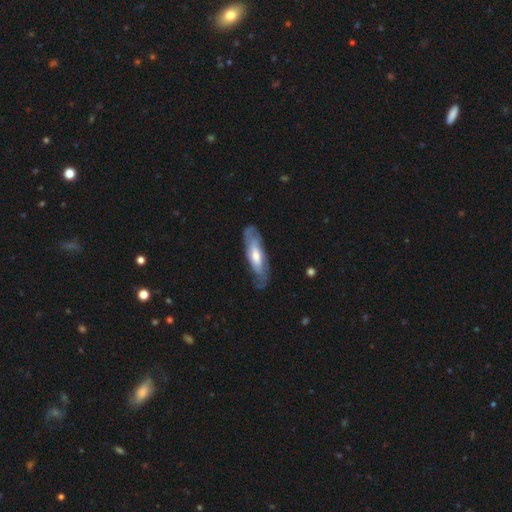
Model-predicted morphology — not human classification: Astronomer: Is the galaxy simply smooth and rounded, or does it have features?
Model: featured or disk — 63%.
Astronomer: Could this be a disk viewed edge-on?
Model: no — 66%.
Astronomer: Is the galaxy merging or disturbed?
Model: none — 75%.